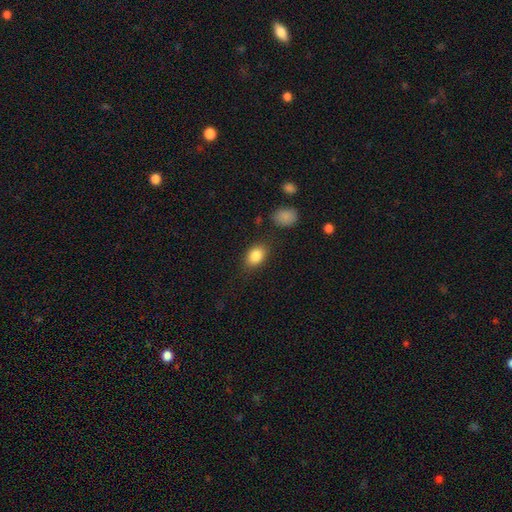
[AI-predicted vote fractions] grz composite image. It shows a smooth galaxy with no disk features (85%) that is in between round and cigar-shaped (77%). Merging: none (79%).